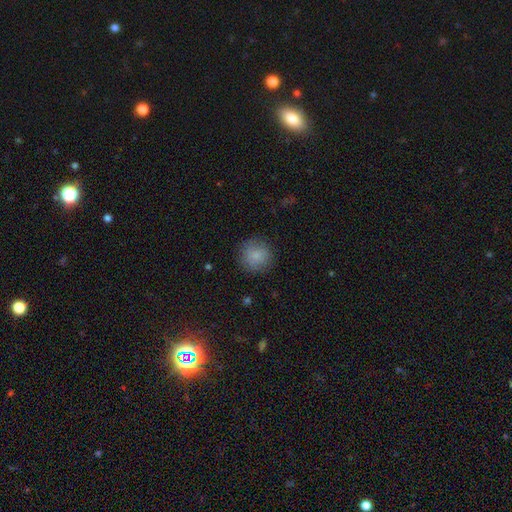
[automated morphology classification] This is clearly a smooth galaxy (84%). How rounded: clearly round (93%). Merging: clearly none (85%).